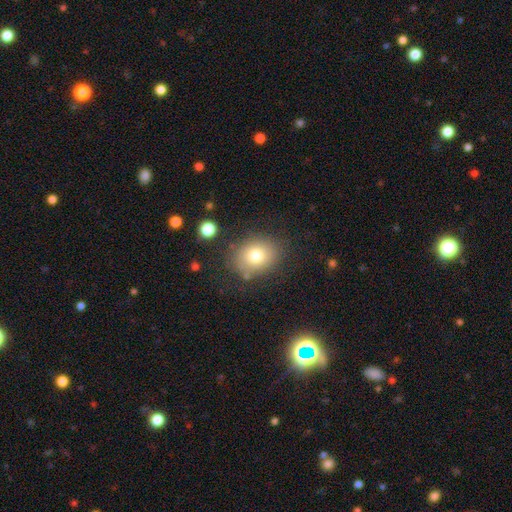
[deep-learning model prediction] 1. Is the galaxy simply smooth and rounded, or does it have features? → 77% smooth, 12% featured or disk, 11% star or artifact.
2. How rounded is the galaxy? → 54% round, 45% in between, 1% cigar-shaped.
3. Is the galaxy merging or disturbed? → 78% none, 14% minor disturbance, 5% major disturbance, 3% merger.